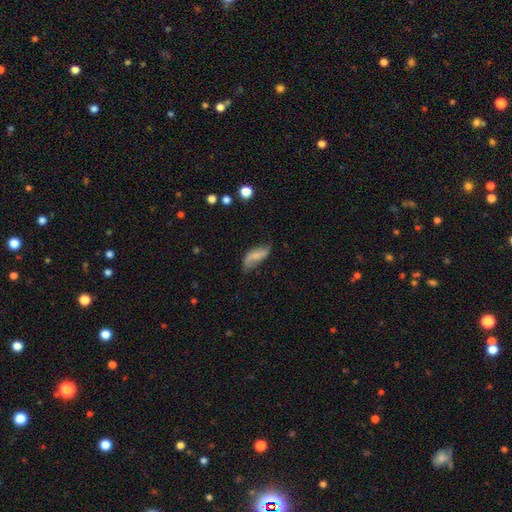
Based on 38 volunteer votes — Morphology: type=featured or disk (53%); edge-on=no (90%); bar=weak (44%); spiral arms=yes (72%); winding=loose (85%); arm count=2 (85%); bulge=none (50%); merging=none (41%).